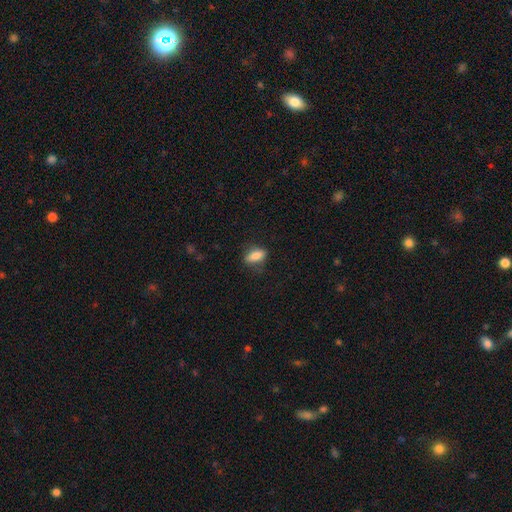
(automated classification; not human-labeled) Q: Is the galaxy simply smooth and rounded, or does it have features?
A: smooth — 78%.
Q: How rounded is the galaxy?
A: in between — 71%.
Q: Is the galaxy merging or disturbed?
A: none — 77%.